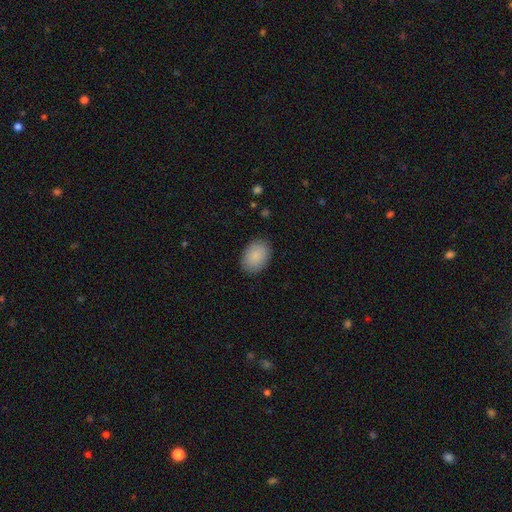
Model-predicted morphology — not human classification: This is clearly a smooth galaxy (88%). How rounded: clearly in between (81%). Merging: clearly none (87%).